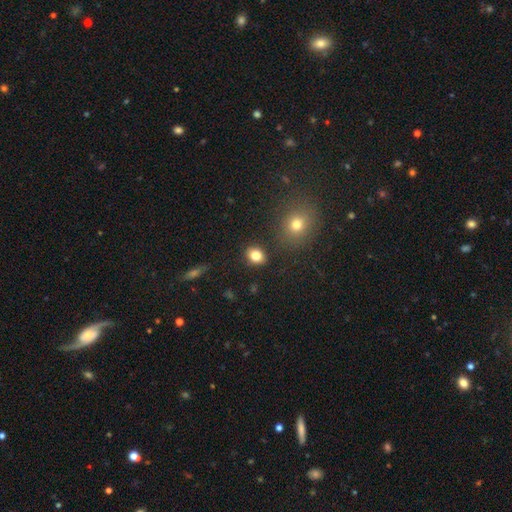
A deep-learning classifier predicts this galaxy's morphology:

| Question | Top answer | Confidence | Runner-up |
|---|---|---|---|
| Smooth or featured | smooth | 82% | star or artifact (11%) |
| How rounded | round | 51% | in between (48%) |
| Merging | none | 85% | minor disturbance (9%) |